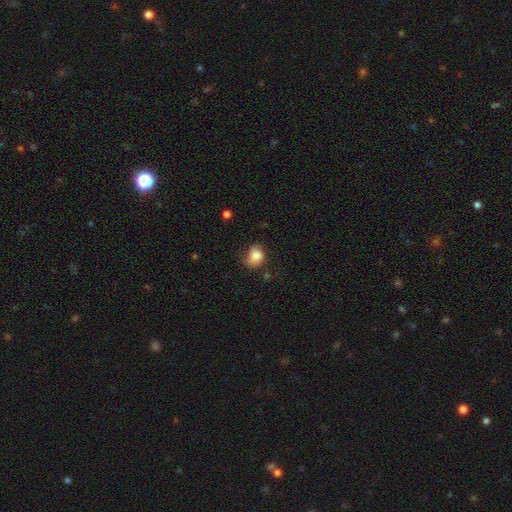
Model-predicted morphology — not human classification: smooth-or-featured: smooth: 77% | featured or disk: 15% | star or artifact: 9%
  how-rounded: round: 50% | in between: 49% | cigar-shaped: 1%
  merging: none: 51% | minor disturbance: 33% | major disturbance: 13% | merger: 2%